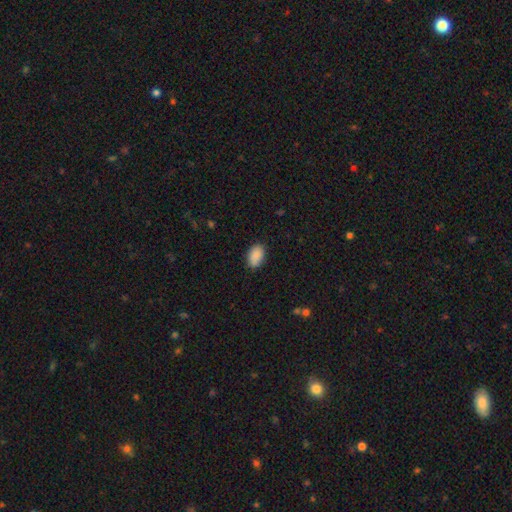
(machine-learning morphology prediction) smooth-or-featured: smooth: 89% | star or artifact: 7% | featured or disk: 4%
  how-rounded: in between: 91% | round: 8% | cigar-shaped: 1%
  merging: none: 84% | minor disturbance: 12% | major disturbance: 3% | merger: 1%